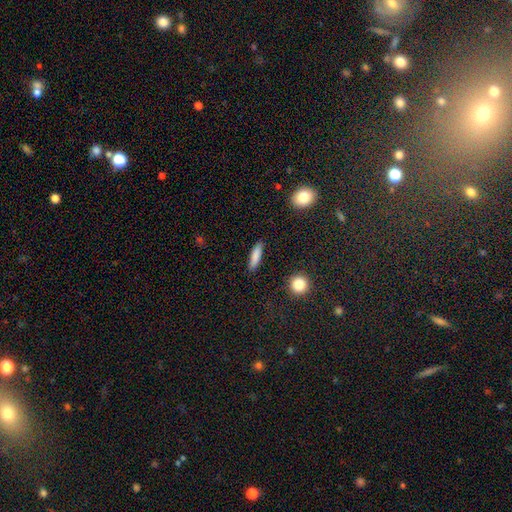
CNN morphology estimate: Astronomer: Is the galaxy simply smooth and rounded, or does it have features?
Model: smooth — 83%.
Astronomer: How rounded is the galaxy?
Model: cigar-shaped — 78%.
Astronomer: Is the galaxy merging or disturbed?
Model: none — 89%.